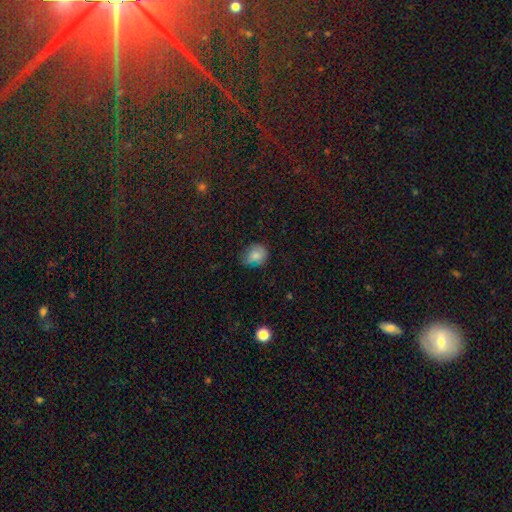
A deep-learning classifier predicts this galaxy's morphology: smooth 78%, star or artifact 11%, featured or disk 11%. Down the decision tree: how rounded — round (65%); merging — none (58%).